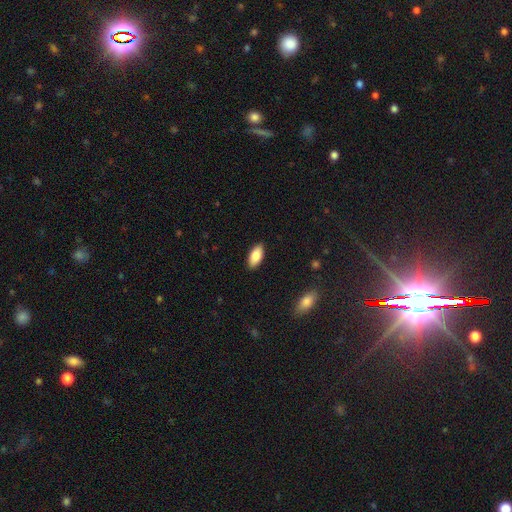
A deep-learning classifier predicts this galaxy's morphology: smooth_or_featured: smooth (p=0.85) [alt: featured or disk p=0.08]
how_rounded: in between (p=0.91) [alt: cigar-shaped p=0.07]
merging: none (p=0.89) [alt: minor disturbance p=0.08]